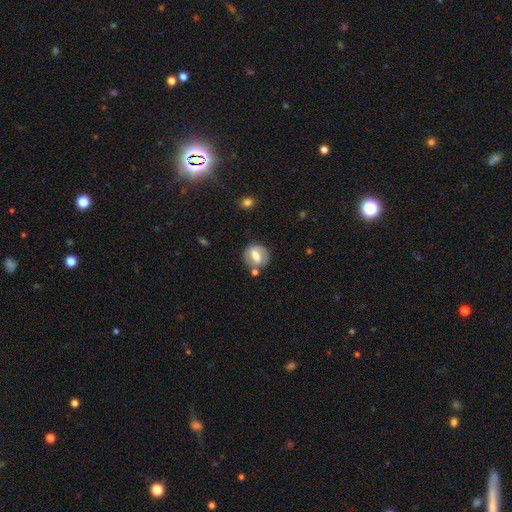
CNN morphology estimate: Smooth or featured? Predicted: smooth (p=0.50). Merging? Predicted: none (p=0.67).